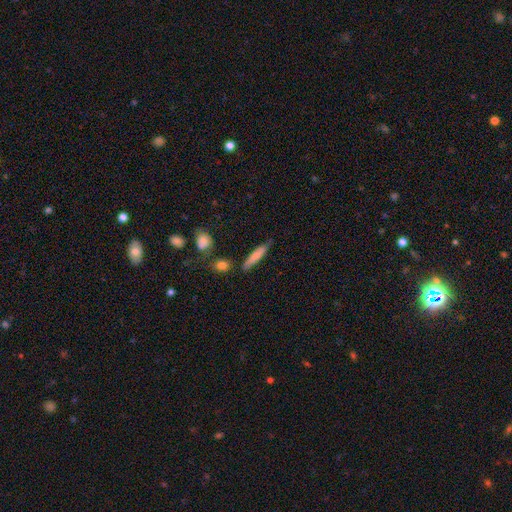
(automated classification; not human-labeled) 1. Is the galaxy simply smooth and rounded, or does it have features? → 72% smooth, 22% featured or disk, 6% star or artifact.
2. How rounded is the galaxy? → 87% cigar-shaped, 11% in between, 2% round.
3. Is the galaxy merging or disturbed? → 75% none, 16% minor disturbance, 5% merger, 4% major disturbance.